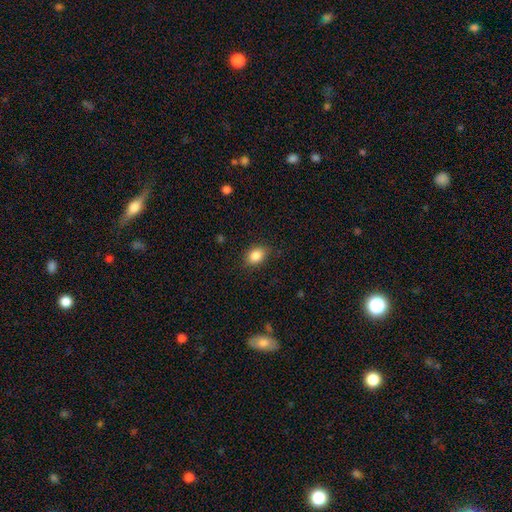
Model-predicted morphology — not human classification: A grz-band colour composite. It shows a smooth galaxy with no disk features (85%) that is in between round and cigar-shaped (70%). Merging: none (85%).